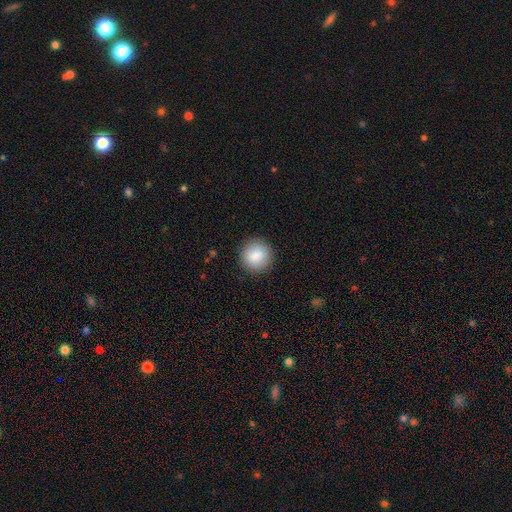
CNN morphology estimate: smooth-or-featured: smooth: 86% | star or artifact: 8% | featured or disk: 6%
  how-rounded: round: 89% | in between: 10% | cigar-shaped: 1%
  merging: none: 89% | minor disturbance: 7% | major disturbance: 2% | merger: 1%